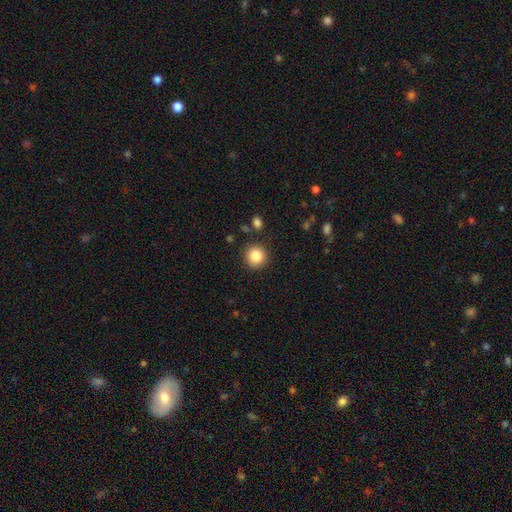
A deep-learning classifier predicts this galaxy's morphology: Smooth or featured? Predicted: smooth (p=0.86). How rounded? Predicted: round (p=0.93). Merging? Predicted: none (p=0.88).